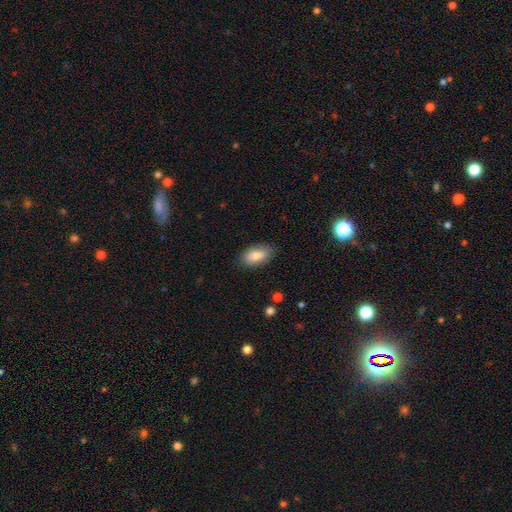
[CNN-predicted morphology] smooth-or-featured: smooth: 85% | featured or disk: 8% | star or artifact: 6%
  how-rounded: in between: 91% | cigar-shaped: 5% | round: 3%
  merging: none: 84% | minor disturbance: 12% | major disturbance: 3% | merger: 1%